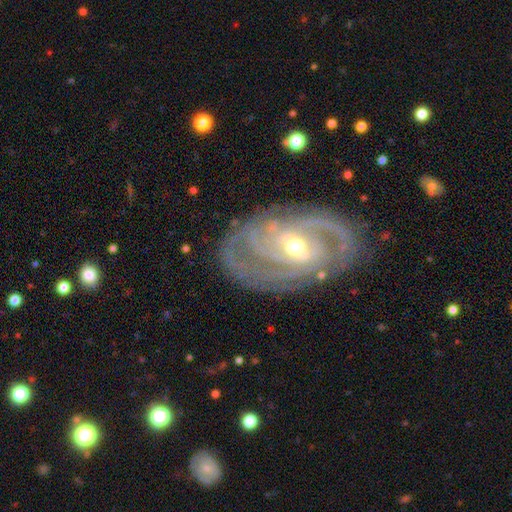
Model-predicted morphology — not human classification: The model was most divided on "bulge size": moderate: 51%, small: 45%, large: 2%, none: 1%, dominant: 1%. Remaining: spiral arms — yes (95%); edge-on disk — no (95%); smooth or featured — featured or disk (87%); merging — none (81%); spiral winding — tight (67%); spiral arm count — 2 (43%); bar — weak (41%).